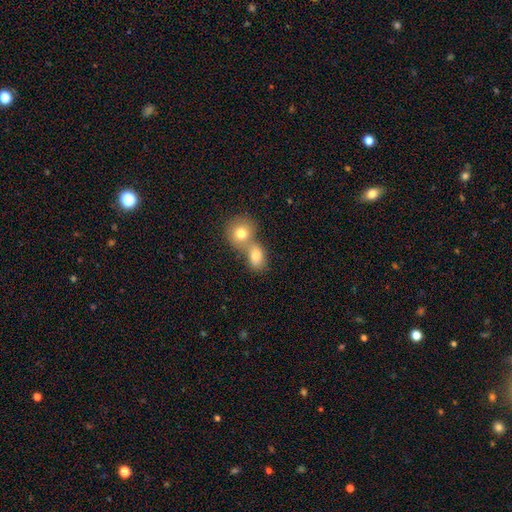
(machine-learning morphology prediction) smooth 79%, featured or disk 12%, star or artifact 9%. Down the decision tree: how rounded — in between (56%); merging — merger (61%).